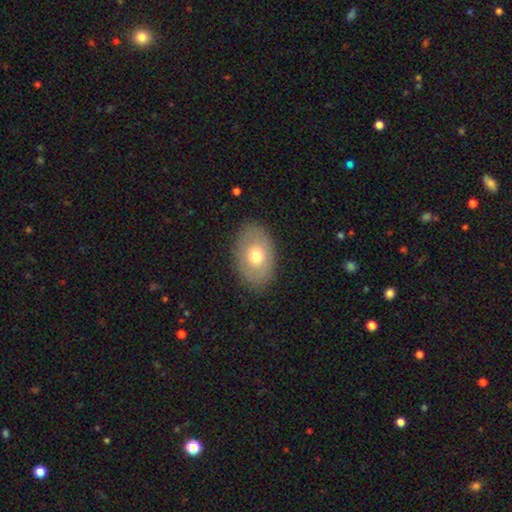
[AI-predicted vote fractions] This appears to be a smooth galaxy with no disk features (62%) that is in between round and cigar-shaped (82%). Merging: none (84%).